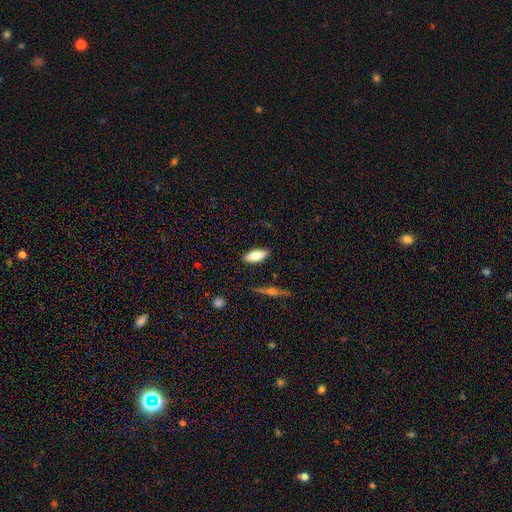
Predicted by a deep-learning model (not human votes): Overall: smooth (75%). How rounded: in between (76%). Merging: none (86%).